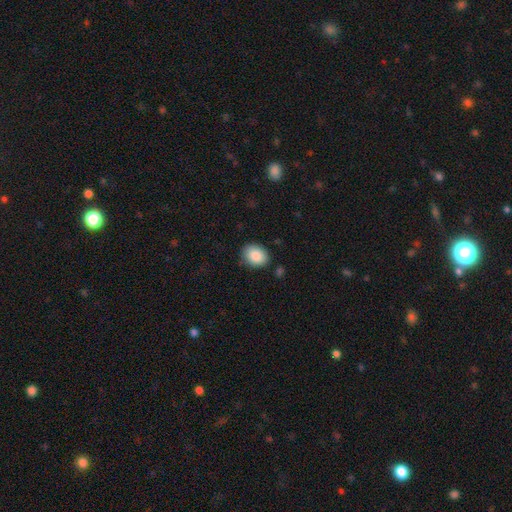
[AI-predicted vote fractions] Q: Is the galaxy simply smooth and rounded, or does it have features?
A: smooth — 88%.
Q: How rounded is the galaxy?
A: in between — 57%.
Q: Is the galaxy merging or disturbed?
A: none — 83%.